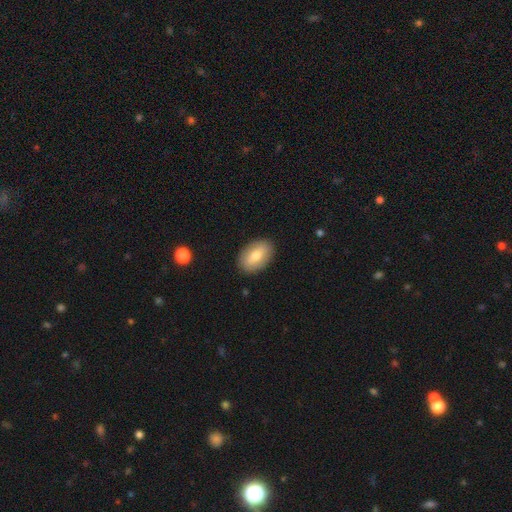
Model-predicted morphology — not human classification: This is likely a smooth galaxy (73%). How rounded: clearly in between (90%). Merging: clearly none (88%).